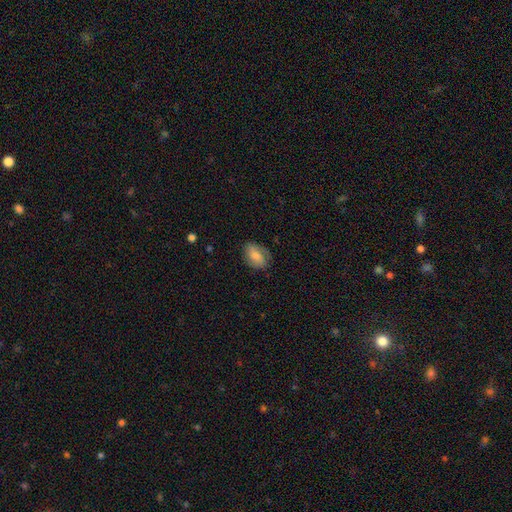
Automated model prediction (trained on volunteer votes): Overall: smooth (73%). How rounded: in between (81%). Merging: none (72%).